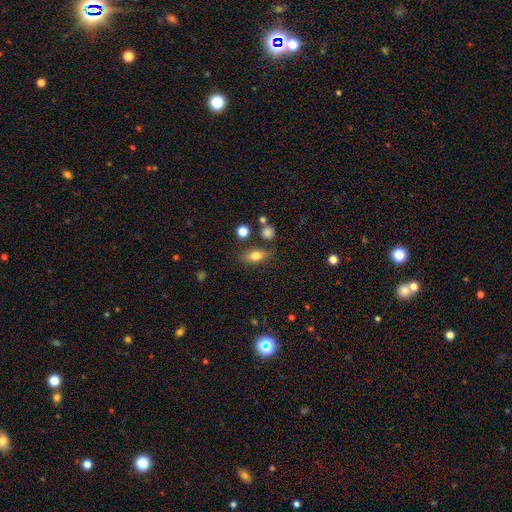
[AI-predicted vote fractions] Smooth or featured?
  - smooth: 75% *
  - featured or disk: 15%
  - star or artifact: 10%
How rounded?
  - in between: 78% *
  - round: 11%
  - cigar-shaped: 11%
Merging?
  - none: 77% *
  - minor disturbance: 14%
  - merger: 5%
  - major disturbance: 4%